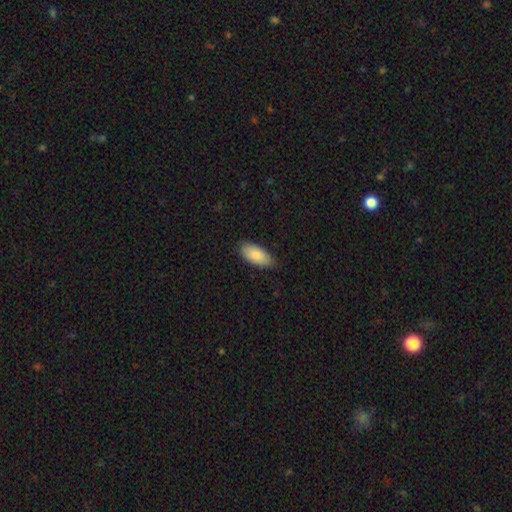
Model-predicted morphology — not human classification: type=smooth (86%); roundness=in between (91%); merging=none (80%).